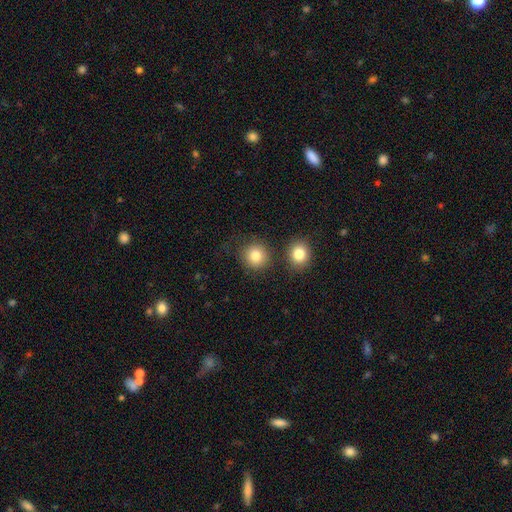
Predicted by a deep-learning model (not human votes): smooth_or_featured: smooth (p=0.84) [alt: star or artifact p=0.10]
how_rounded: round (p=0.91) [alt: in between p=0.08]
merging: none (p=0.79) [alt: merger p=0.09]